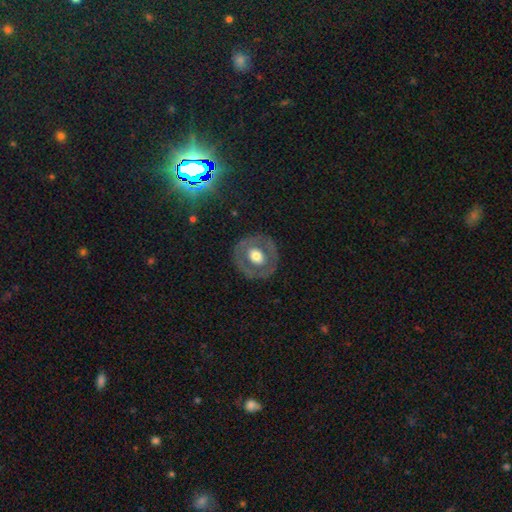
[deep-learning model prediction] Morphology: type=featured or disk (48%); merging=none (81%).